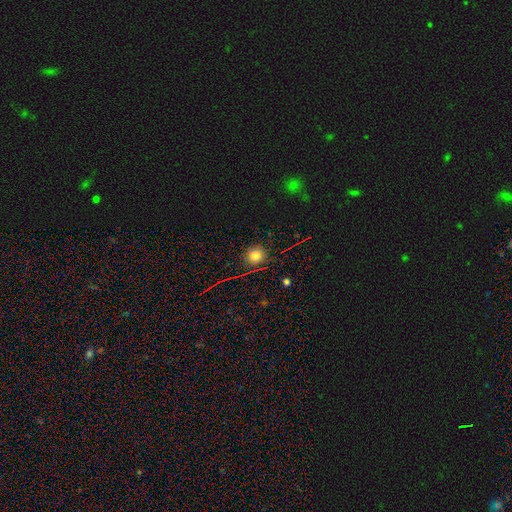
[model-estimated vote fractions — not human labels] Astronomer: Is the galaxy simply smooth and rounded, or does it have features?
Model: smooth — 74%.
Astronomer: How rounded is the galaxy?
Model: round — 90%.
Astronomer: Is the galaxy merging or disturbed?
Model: none — 86%.